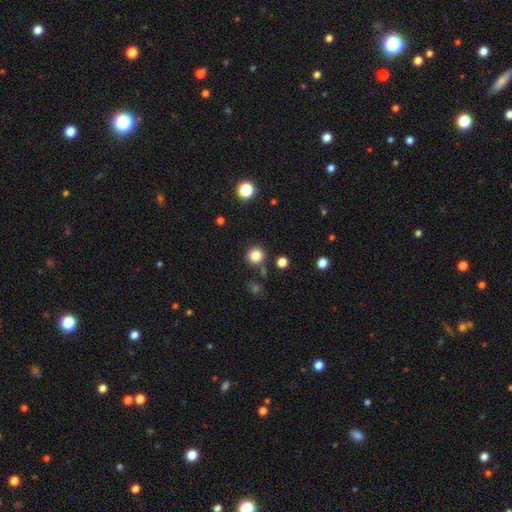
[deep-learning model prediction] The model was most divided on "smooth or featured": smooth: 83%, star or artifact: 12%, featured or disk: 5%. More confident: how rounded — round (94%); merging — none (85%).